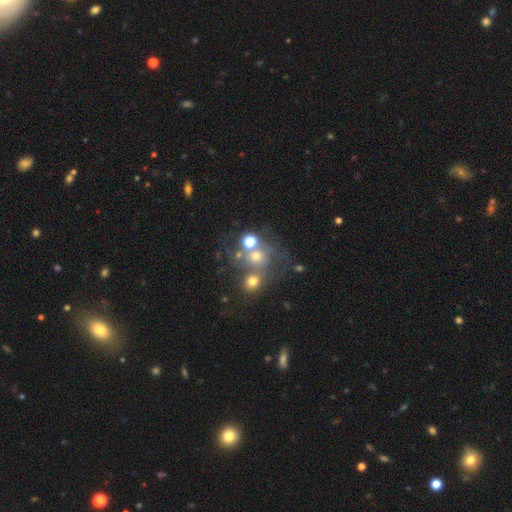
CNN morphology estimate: This is possibly a smooth galaxy (56%). How rounded: likely round (78%). Merging: marginally none (43%).